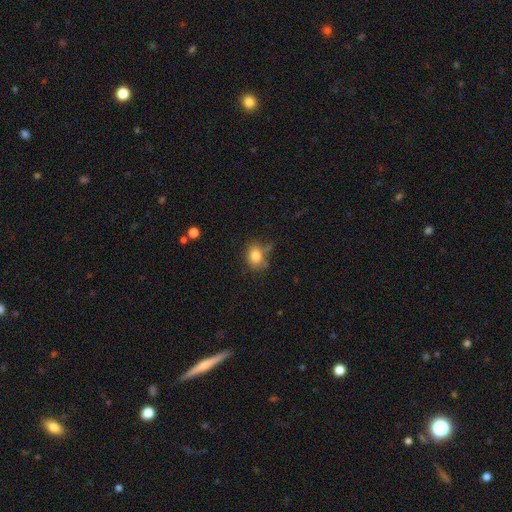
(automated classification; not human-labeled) The model was most divided on "how rounded": in between: 51%, round: 48%, cigar-shaped: 1%. More confident: smooth or featured — smooth (81%); merging — none (60%).